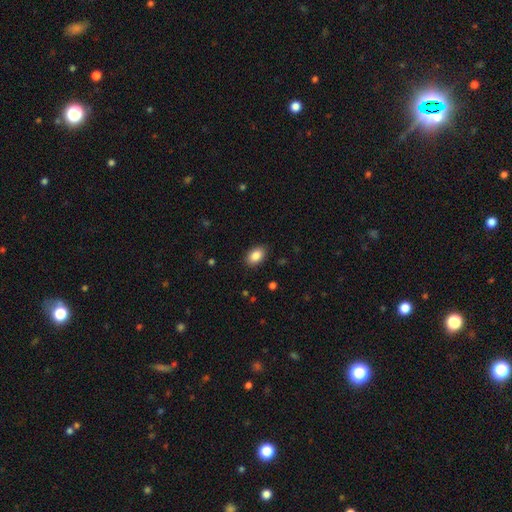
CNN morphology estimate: Q: Smooth or featured?
A: smooth (87%); runner-up: star or artifact (8%)
Q: How rounded?
A: in between (88%); runner-up: round (10%)
Q: Merging?
A: none (87%); runner-up: minor disturbance (9%)